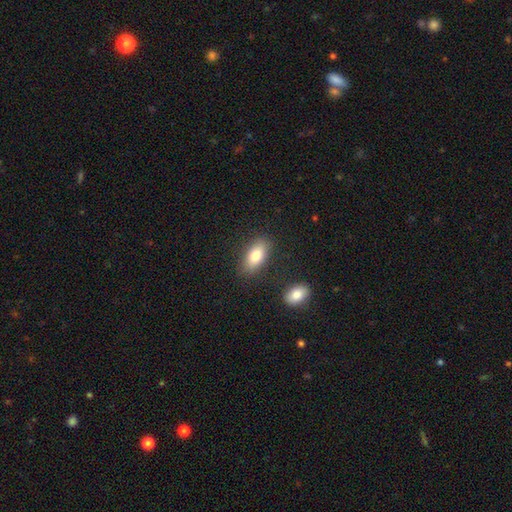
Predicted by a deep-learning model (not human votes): smooth 81%, featured or disk 12%, star or artifact 7%. Down the decision tree: how rounded — in between (88%); merging — none (82%).